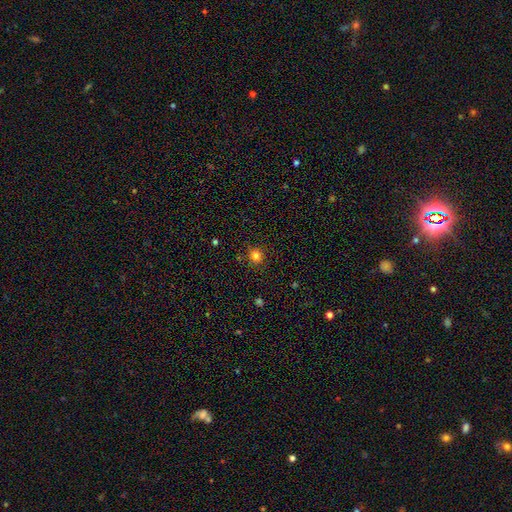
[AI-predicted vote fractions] Smooth or featured? smooth (81%)
How rounded? round (91%)
Merging? none (87%)